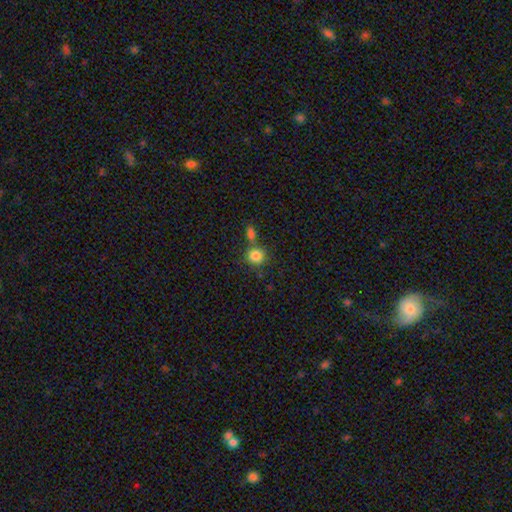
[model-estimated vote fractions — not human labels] Q: Smooth or featured?
A: smooth (84%); runner-up: star or artifact (10%)
Q: How rounded?
A: round (86%); runner-up: in between (13%)
Q: Merging?
A: none (63%); runner-up: merger (23%)